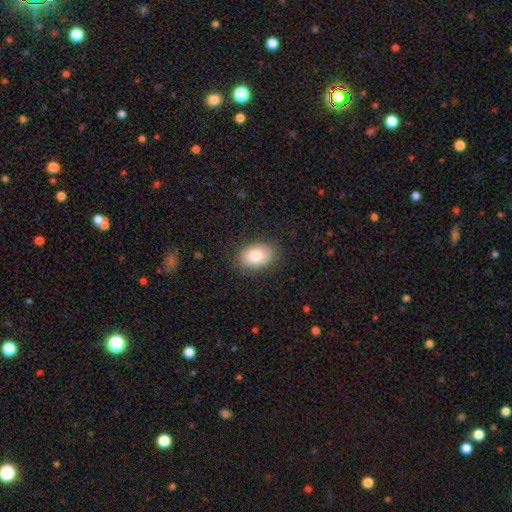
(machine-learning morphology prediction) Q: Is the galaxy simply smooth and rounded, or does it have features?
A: smooth — 82%.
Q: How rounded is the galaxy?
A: in between — 82%.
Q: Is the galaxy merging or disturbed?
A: none — 84%.